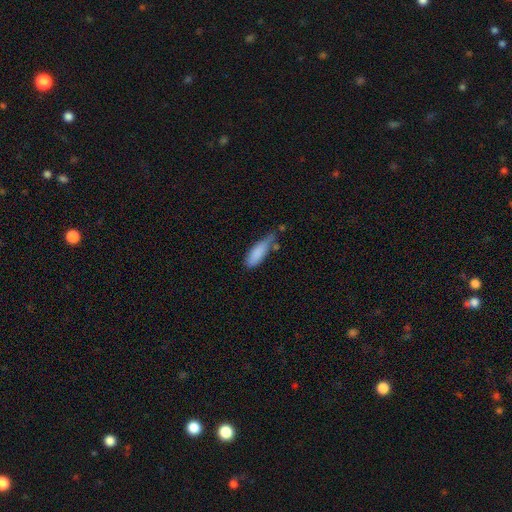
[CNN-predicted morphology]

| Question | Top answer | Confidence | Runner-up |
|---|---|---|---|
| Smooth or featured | smooth | 84% | featured or disk (9%) |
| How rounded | in between | 52% | cigar-shaped (46%) |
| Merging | none | 42% | minor disturbance (38%) |